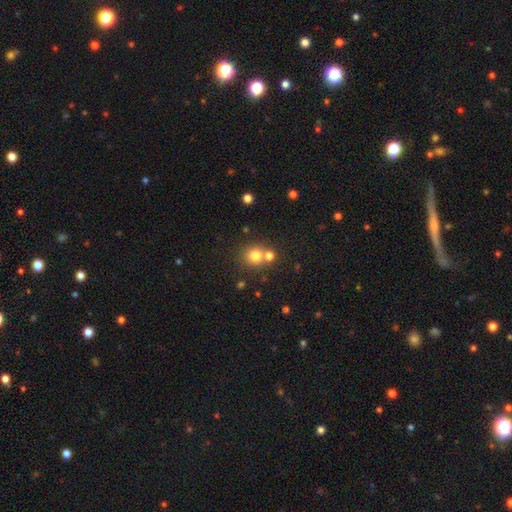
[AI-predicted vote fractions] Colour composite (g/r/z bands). It shows a smooth galaxy with no disk features (76%) that is round (88%). Merging: none (61%).